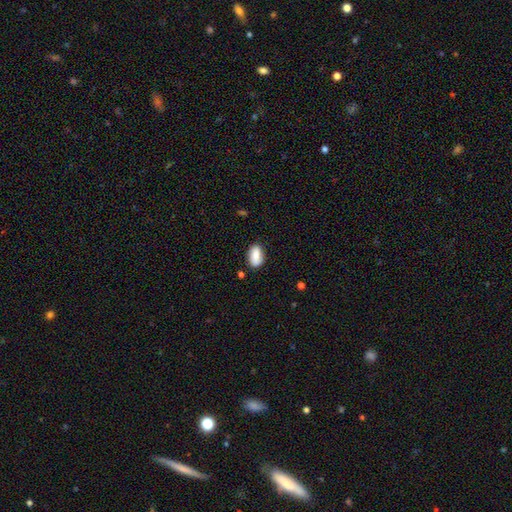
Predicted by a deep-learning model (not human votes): Smooth or featured: smooth — 82% (featured or disk — 11%)
How rounded: in between — 90% (round — 6%)
Merging: none — 80% (minor disturbance — 14%)